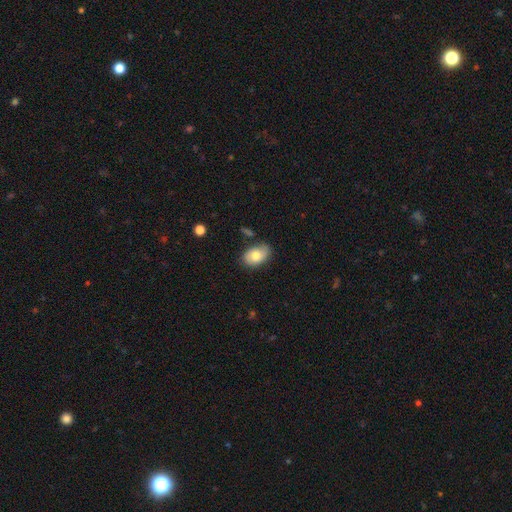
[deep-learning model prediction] This appears to be a smooth galaxy with no disk features (75%) that is in between round and cigar-shaped (88%). Merging: none (73%).